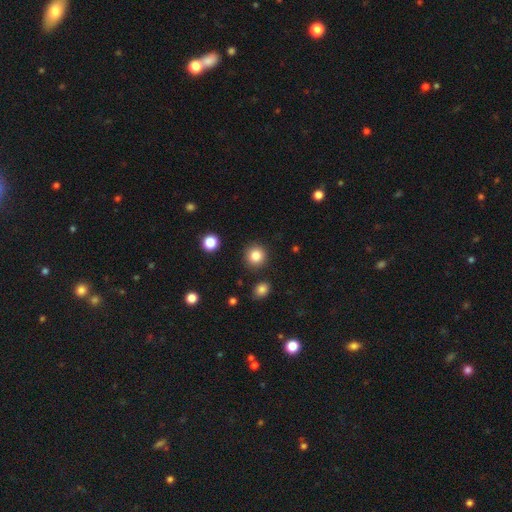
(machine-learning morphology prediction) The model was most divided on "smooth or featured": smooth: 85%, star or artifact: 10%, featured or disk: 5%. More confident: how rounded — round (93%); merging — none (89%).